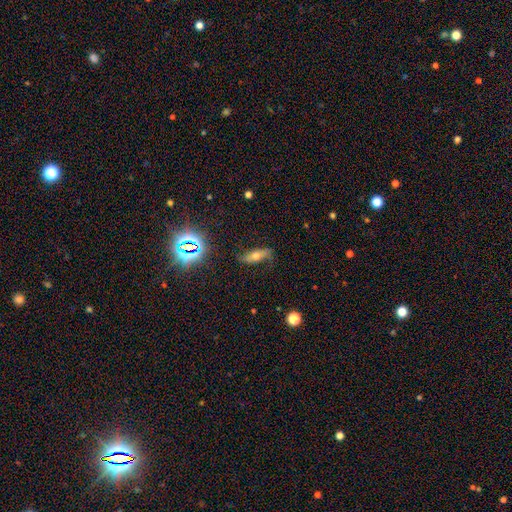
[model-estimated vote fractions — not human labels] Q: Smooth or featured?
A: featured or disk (46%); runner-up: smooth (36%)
Q: Merging?
A: none (74%); runner-up: minor disturbance (18%)